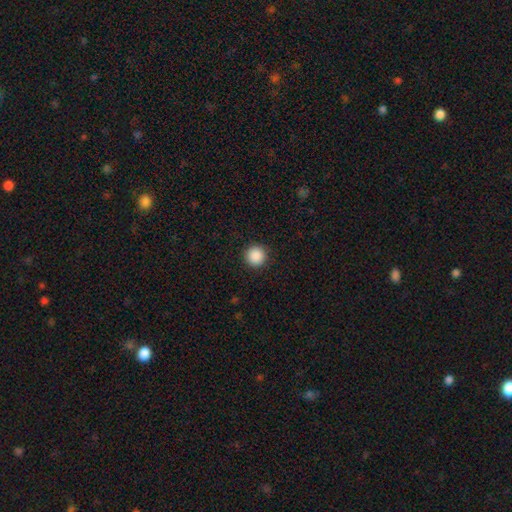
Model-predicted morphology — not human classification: Smooth or featured? smooth (89%)
How rounded? round (96%)
Merging? none (92%)